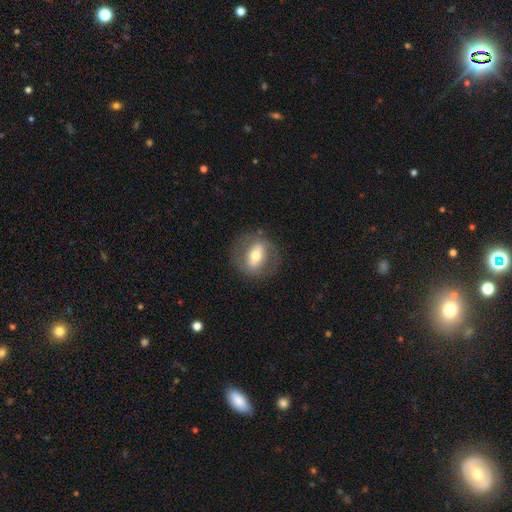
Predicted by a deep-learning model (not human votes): smooth_or_featured: featured or disk (p=0.49) [alt: smooth p=0.44]
merging: none (p=0.80) [alt: minor disturbance p=0.12]